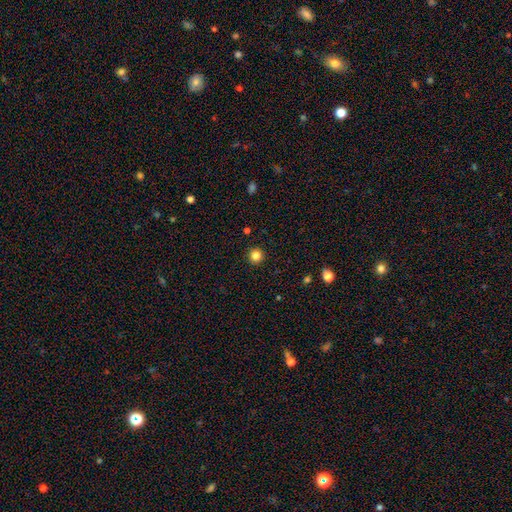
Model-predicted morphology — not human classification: This is clearly a smooth galaxy (84%). How rounded: clearly round (96%). Merging: clearly none (93%).